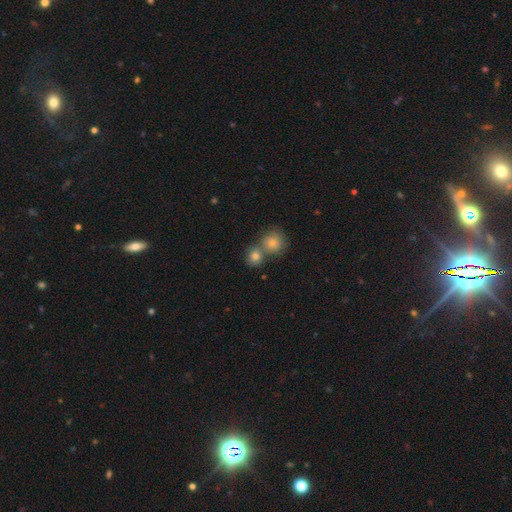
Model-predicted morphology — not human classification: Q: Smooth or featured?
A: smooth (75%); runner-up: star or artifact (14%)
Q: How rounded?
A: round (84%); runner-up: in between (14%)
Q: Merging?
A: none (46%); runner-up: merger (45%)